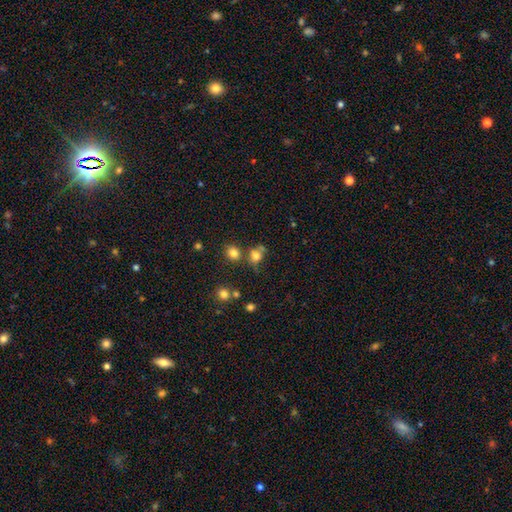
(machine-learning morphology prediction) A smooth galaxy with no disk features (74%) that is round (68%).

Vote fractions:
- Smooth or featured? smooth: 74% / star or artifact: 16% / featured or disk: 10%
- How rounded? round: 68% / in between: 31% / cigar-shaped: 1%
- Merging? none: 51% / merger: 27% / minor disturbance: 14% / major disturbance: 7%